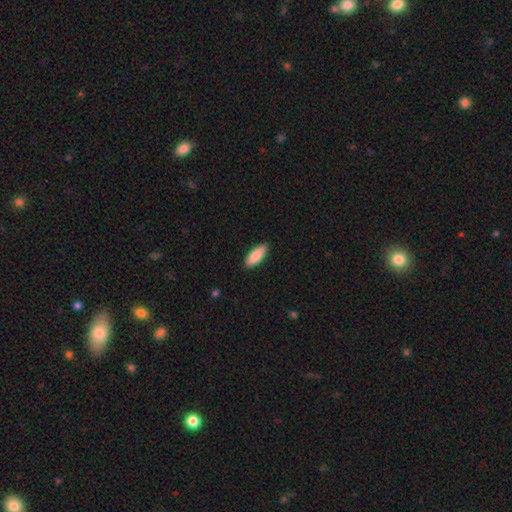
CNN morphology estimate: A smooth galaxy with no disk features (88%) that is in between round and cigar-shaped (79%). Merging: none (88%).